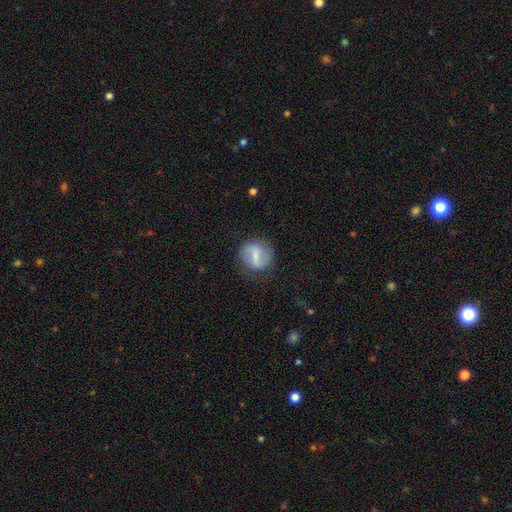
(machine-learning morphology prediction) This is possibly a featured or disk galaxy (55%). It is clearly not viewed edge-on (96%). Bar: marginally strong (44%). Spiral arm pattern: likely yes (75%). Central bulge: possibly small (46%). Merging: likely none (78%).